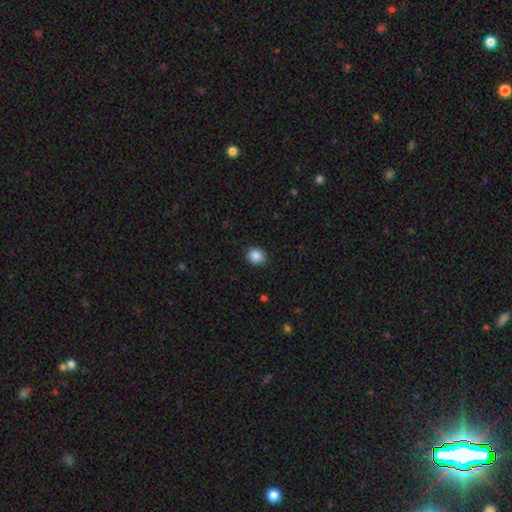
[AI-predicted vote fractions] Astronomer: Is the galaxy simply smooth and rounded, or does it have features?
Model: smooth — 87%.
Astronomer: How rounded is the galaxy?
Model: round — 80%.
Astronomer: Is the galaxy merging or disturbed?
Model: none — 90%.